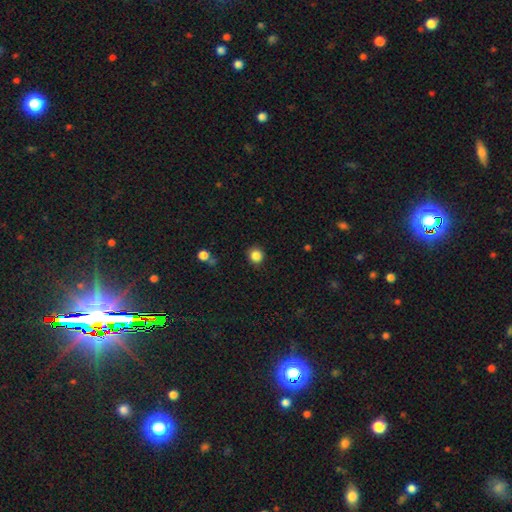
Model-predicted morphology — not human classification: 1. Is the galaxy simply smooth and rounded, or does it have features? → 86% smooth, 11% star or artifact, 3% featured or disk.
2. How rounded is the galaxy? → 92% round, 7% in between, 1% cigar-shaped.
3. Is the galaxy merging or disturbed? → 89% none, 7% minor disturbance, 2% major disturbance, 2% merger.